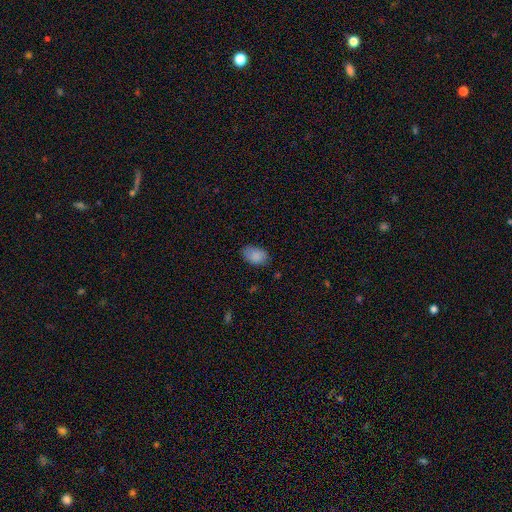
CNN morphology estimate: smooth_or_featured: smooth (p=0.87) [alt: star or artifact p=0.08]
how_rounded: in between (p=0.85) [alt: round p=0.13]
merging: none (p=0.76) [alt: minor disturbance p=0.19]